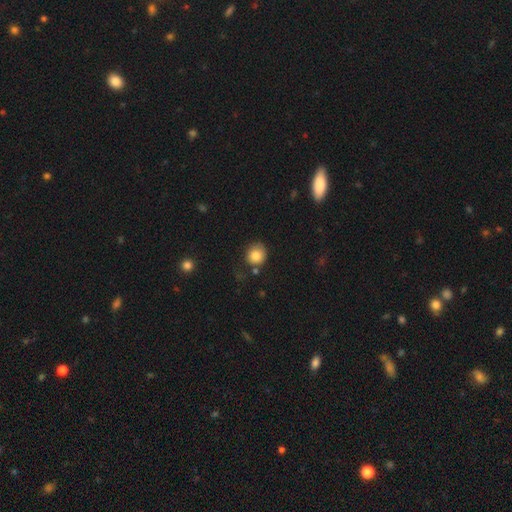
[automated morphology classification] Smooth or featured?
  - smooth: 84% *
  - star or artifact: 9%
  - featured or disk: 7%
How rounded?
  - round: 83% *
  - in between: 16%
  - cigar-shaped: 1%
Merging?
  - none: 68% *
  - minor disturbance: 20%
  - major disturbance: 6%
  - merger: 6%